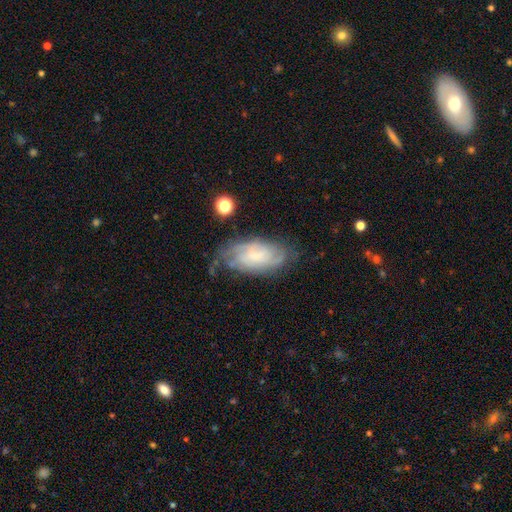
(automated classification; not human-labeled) This is likely a featured or disk galaxy (62%). It is clearly not viewed edge-on (93%). Bar: likely no (61%). Spiral arm pattern: clearly yes (86%). Central bulge: possibly small (47%). Merging: possibly none (59%).